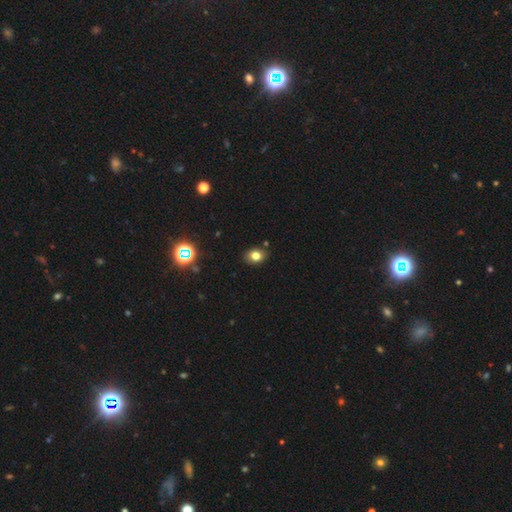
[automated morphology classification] Smooth or featured? Predicted: smooth (p=0.78). How rounded? Predicted: in between (p=0.62). Merging? Predicted: none (p=0.85).